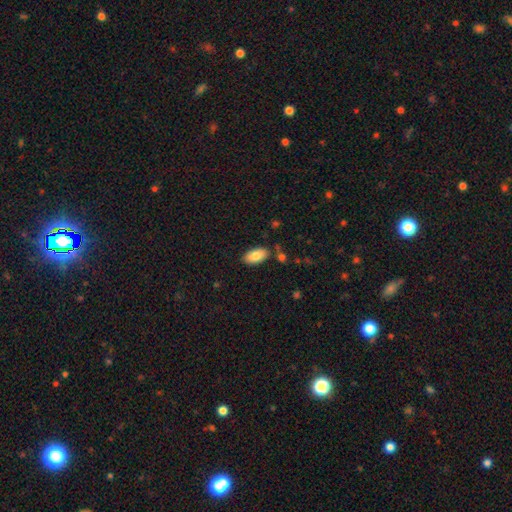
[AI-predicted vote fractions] smooth-or-featured: smooth: 84% | featured or disk: 9% | star or artifact: 7%
  how-rounded: in between: 94% | cigar-shaped: 3% | round: 2%
  merging: none: 81% | minor disturbance: 12% | merger: 5% | major disturbance: 3%